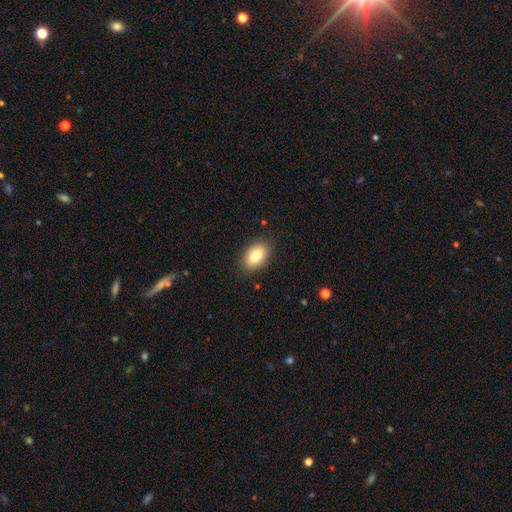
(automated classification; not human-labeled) Smooth or featured: smooth — 84% (featured or disk — 8%)
How rounded: in between — 88% (round — 10%)
Merging: none — 87% (minor disturbance — 10%)